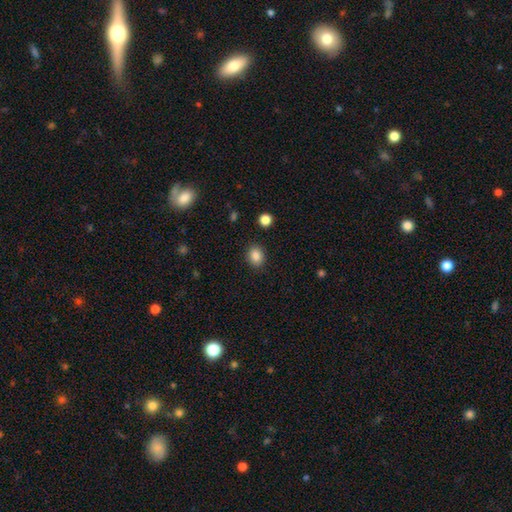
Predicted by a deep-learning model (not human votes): Smooth or featured? smooth (86%)
How rounded? round (50%)
Merging? none (88%)